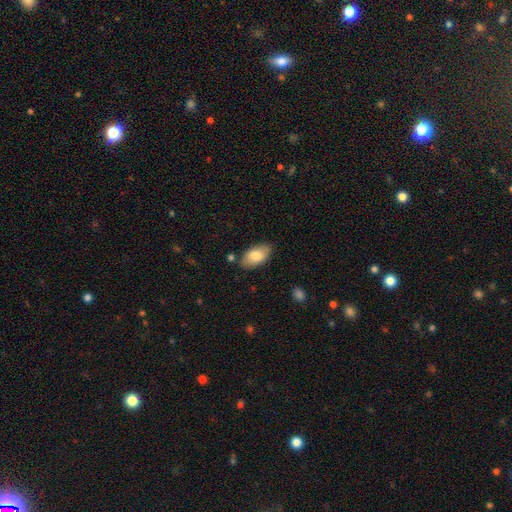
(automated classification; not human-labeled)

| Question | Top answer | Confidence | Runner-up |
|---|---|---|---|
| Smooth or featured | smooth | 79% | featured or disk (15%) |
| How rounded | in between | 94% | round (4%) |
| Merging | none | 83% | minor disturbance (12%) |